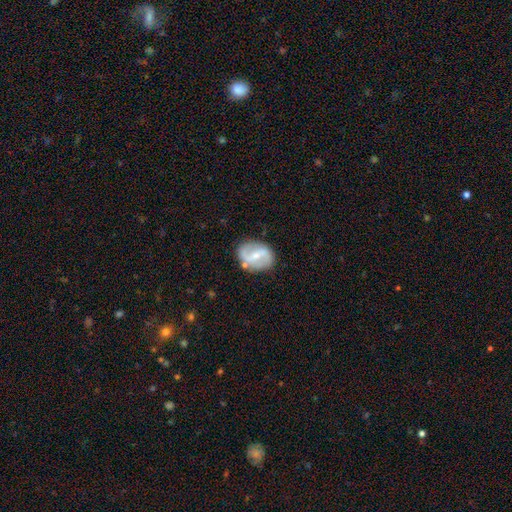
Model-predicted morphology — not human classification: Q: Smooth or featured?
A: featured or disk (77%); runner-up: smooth (17%)
Q: Edge-on disk?
A: no (97%); runner-up: yes (3%)
Q: Bar?
A: weak (43%); runner-up: strong (36%)
Q: Spiral arms?
A: yes (87%); runner-up: no (13%)
Q: Spiral winding?
A: loose (49%); runner-up: medium (37%)
Q: Spiral arm count?
A: 2 (90%); runner-up: can't tell (5%)
Q: Bulge size?
A: small (58%); runner-up: moderate (36%)
Q: Merging?
A: none (79%); runner-up: minor disturbance (14%)